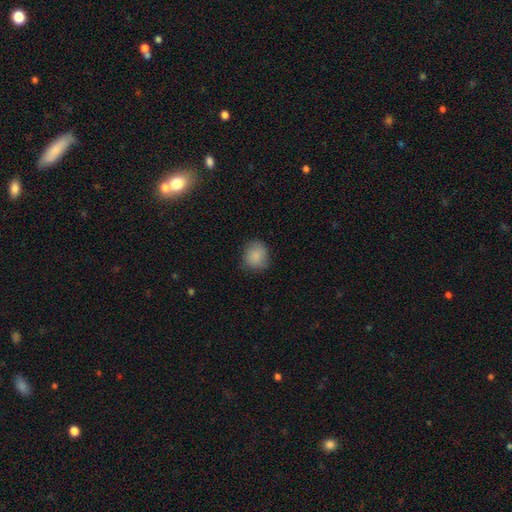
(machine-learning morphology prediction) This is clearly a smooth galaxy (86%). How rounded: clearly round (85%). Merging: likely none (76%).